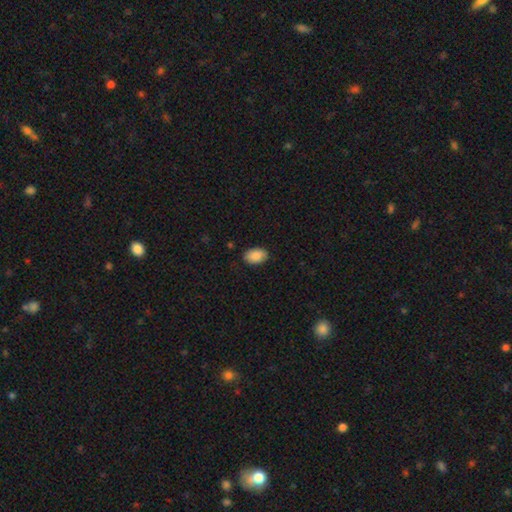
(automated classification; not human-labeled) This appears to be a smooth galaxy with no disk features (90%) that is in between round and cigar-shaped (90%). Merging: none (87%).